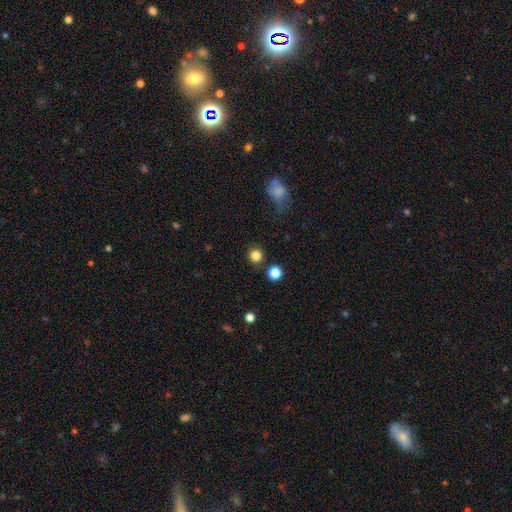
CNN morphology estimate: smooth 82%, star or artifact 13%, featured or disk 5%. Down the decision tree: how rounded — round (92%); merging — none (86%).